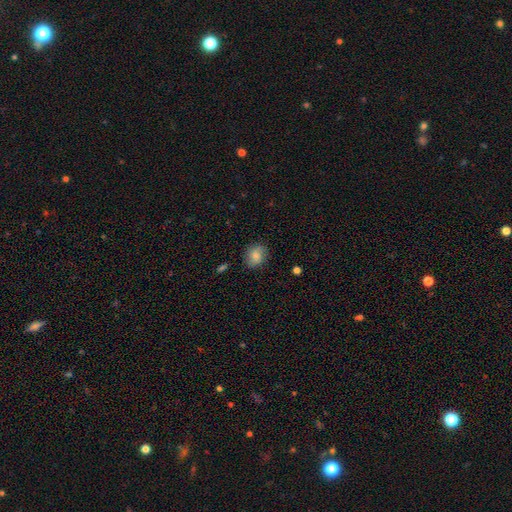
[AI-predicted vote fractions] Smooth or featured? Predicted: smooth (p=0.80). How rounded? Predicted: round (p=0.61). Merging? Predicted: none (p=0.83).